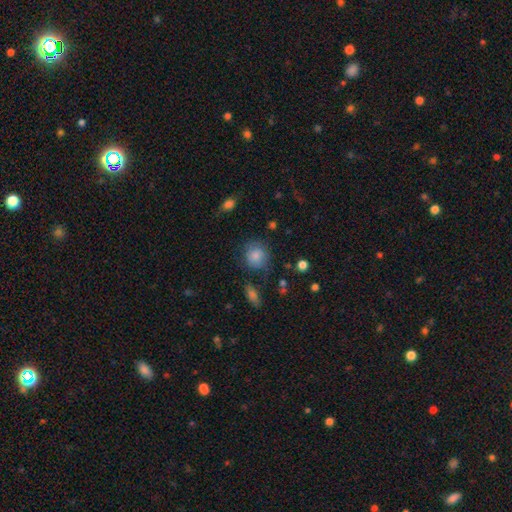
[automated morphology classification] Smooth or featured? Predicted: smooth (p=0.80). How rounded? Predicted: round (p=0.81). Merging? Predicted: none (p=0.69).